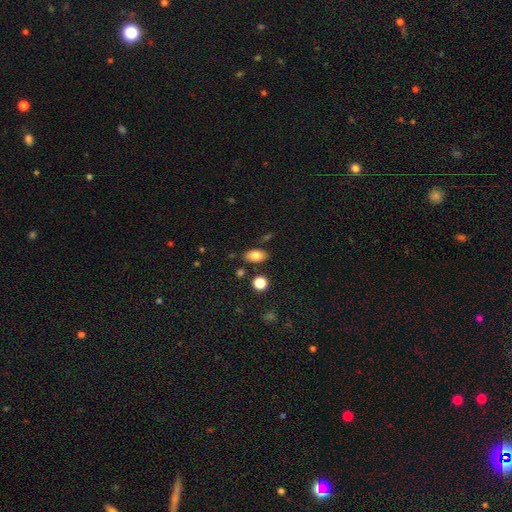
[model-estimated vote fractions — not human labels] Overall: smooth (78%). How rounded: in between (89%). Merging: none (82%).